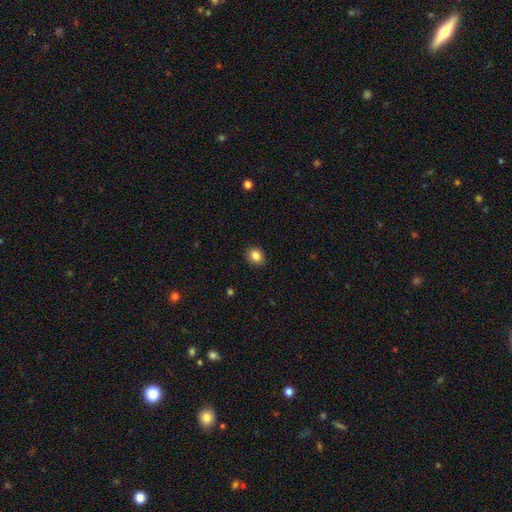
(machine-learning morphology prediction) Overall: smooth (85%). How rounded: round (61%; in between 38%). Merging: none (90%).